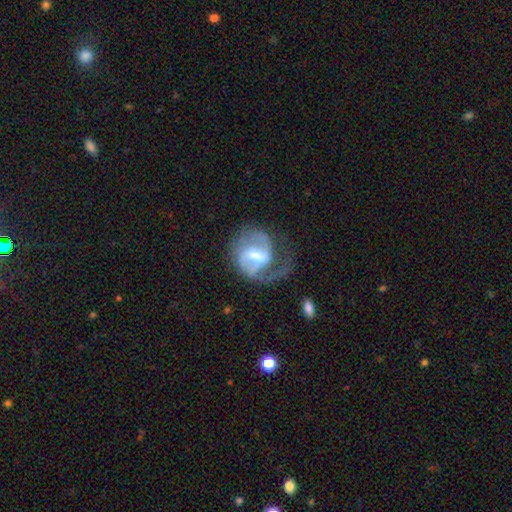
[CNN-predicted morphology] The model was most divided on "merging": none: 42%, major disturbance: 34%, minor disturbance: 21%, merger: 3%. Remaining: edge-on disk — no (97%); spiral arms — yes (90%); smooth or featured — featured or disk (81%); spiral arm count — 2 (57%); bar — weak (52%); bulge size — moderate (49%); spiral winding — medium (47%).